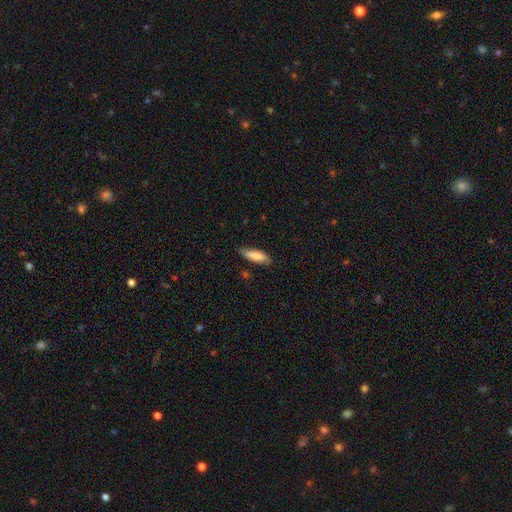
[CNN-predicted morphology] Smooth or featured: smooth — 83% (featured or disk — 11%)
How rounded: cigar-shaped — 57% (in between — 42%)
Merging: none — 76% (minor disturbance — 19%)